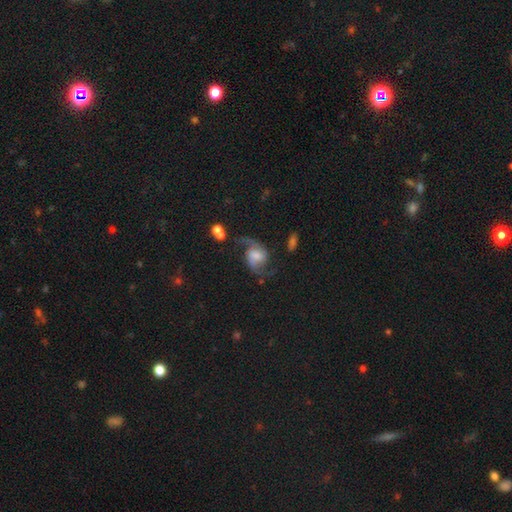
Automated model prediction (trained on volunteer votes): Smooth or featured?
  - featured or disk: 85% *
  - smooth: 8%
  - star or artifact: 7%
Edge-on disk?
  - no: 98% *
  - yes: 2%
Bar?
  - no: 47% *
  - weak: 42%
  - strong: 11%
Spiral arms?
  - yes: 97% *
  - no: 3%
Spiral winding?
  - loose: 55% *
  - medium: 37%
  - tight: 8%
Spiral arm count?
  - 2: 93% *
  - 1: 2%
  - can't tell: 2%
  - 3: 1%
  - 4: 1%
  - more than 4: 1%
Bulge size?
  - moderate: 39% *
  - small: 30%
  - large: 16%
  - none: 12%
  - dominant: 3%
Merging?
  - none: 66% *
  - minor disturbance: 17%
  - major disturbance: 12%
  - merger: 4%